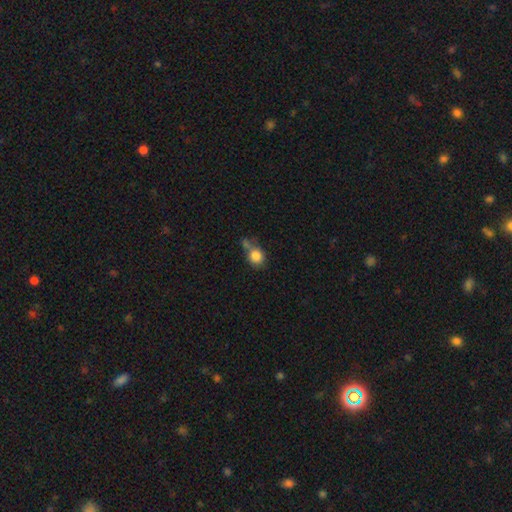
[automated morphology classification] type=smooth (84%); roundness=round (76%); merging=none (44%).